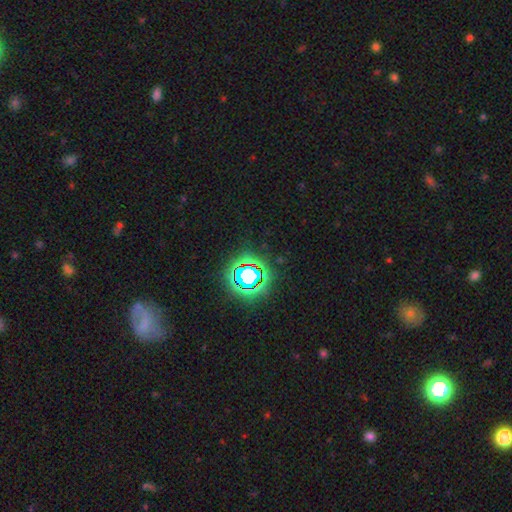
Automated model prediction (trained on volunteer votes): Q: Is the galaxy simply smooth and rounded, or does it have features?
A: star or artifact — 77%.